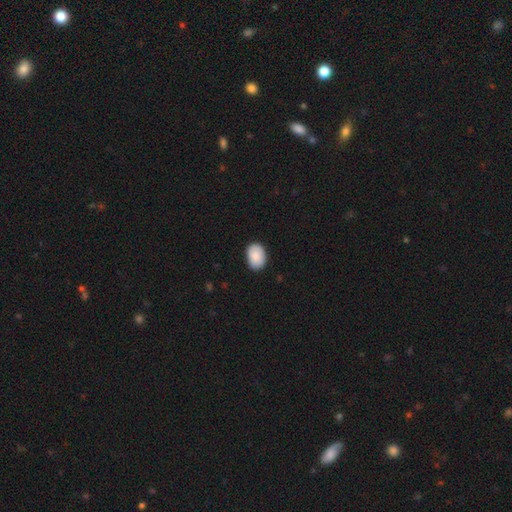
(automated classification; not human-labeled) Smooth or featured?
  - smooth: 86% *
  - featured or disk: 8%
  - star or artifact: 7%
How rounded?
  - in between: 81% *
  - round: 18%
  - cigar-shaped: 1%
Merging?
  - none: 83% *
  - minor disturbance: 14%
  - major disturbance: 2%
  - merger: 1%